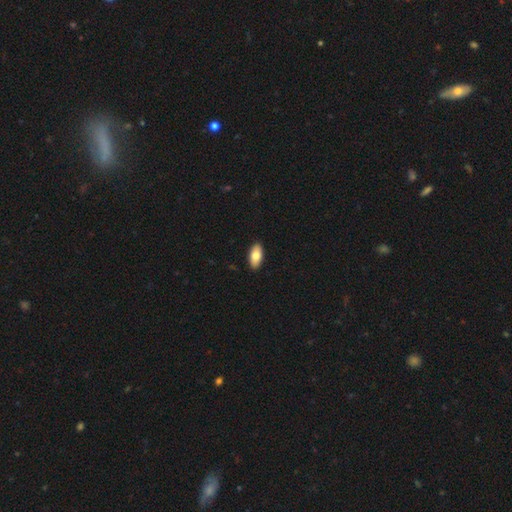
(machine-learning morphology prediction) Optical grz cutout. It shows a smooth galaxy with no disk features (79%) that is in between round and cigar-shaped (91%). Merging: none (91%).